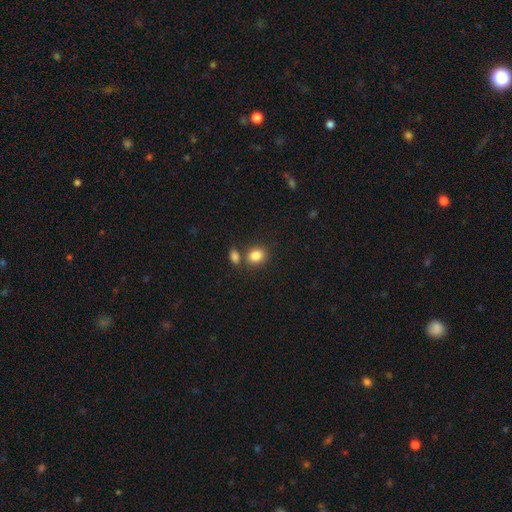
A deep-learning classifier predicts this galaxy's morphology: smooth_or_featured: smooth (p=0.85) [alt: star or artifact p=0.09]
how_rounded: in between (p=0.52) [alt: round p=0.46]
merging: none (p=0.62) [alt: merger p=0.24]